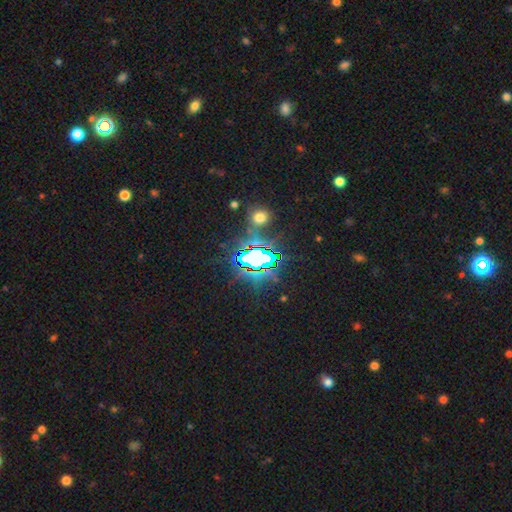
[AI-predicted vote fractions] Smooth or featured? Predicted: star or artifact (p=0.77).